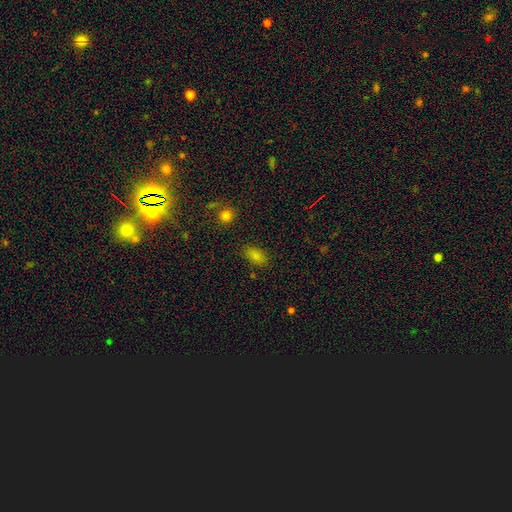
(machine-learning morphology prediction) Smooth or featured?
  - smooth: 80% *
  - star or artifact: 14%
  - featured or disk: 6%
How rounded?
  - in between: 89% *
  - round: 8%
  - cigar-shaped: 3%
Merging?
  - none: 81% *
  - minor disturbance: 13%
  - major disturbance: 3%
  - merger: 2%